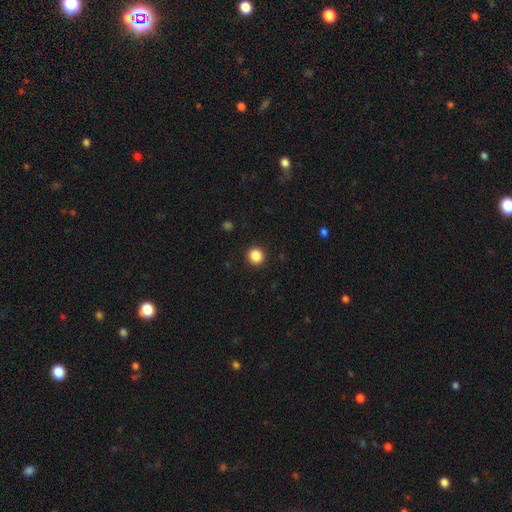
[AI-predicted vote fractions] This is clearly a smooth galaxy (87%). How rounded: clearly round (90%). Merging: clearly none (92%).